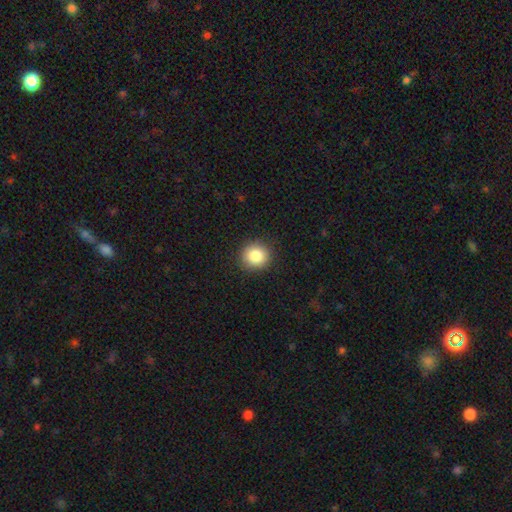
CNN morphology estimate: smooth_or_featured: smooth (p=0.86) [alt: star or artifact p=0.09]
how_rounded: round (p=0.91) [alt: in between p=0.08]
merging: none (p=0.91) [alt: minor disturbance p=0.06]